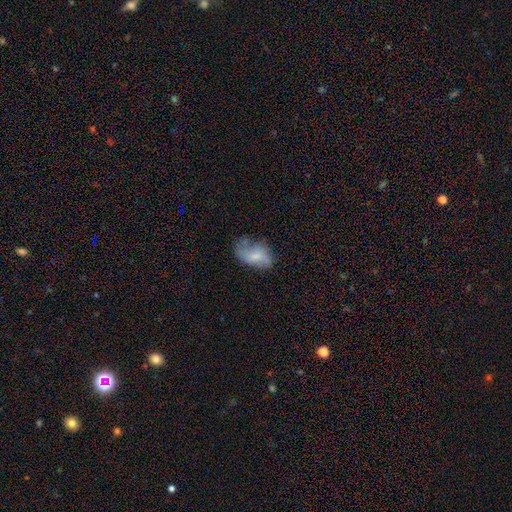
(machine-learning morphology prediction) Overall: smooth (60%; featured or disk 32%). How rounded: in between (90%). Merging: none (44%; minor disturbance 34%).